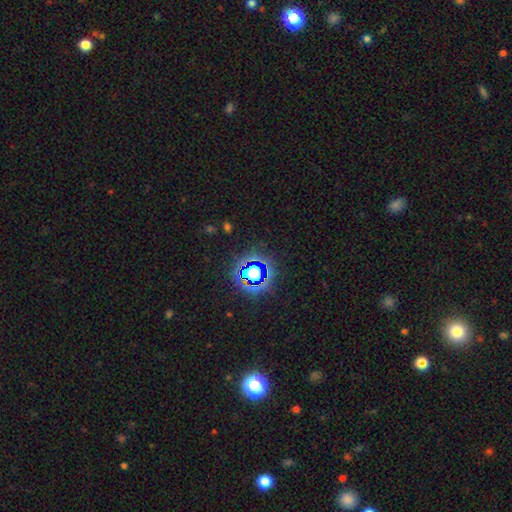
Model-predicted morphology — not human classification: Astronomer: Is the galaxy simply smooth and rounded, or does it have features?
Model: star or artifact — 80%.